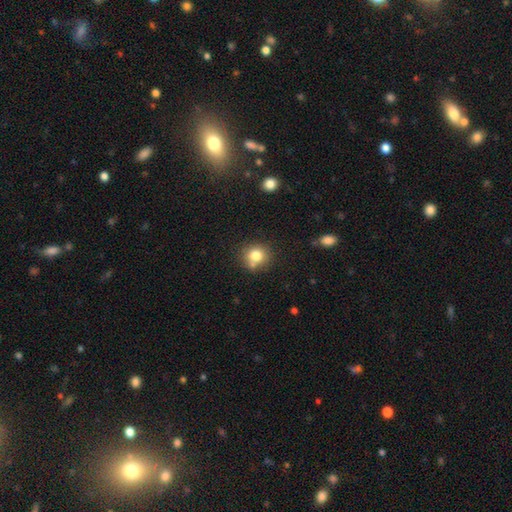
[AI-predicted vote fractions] Q: Smooth or featured?
A: smooth (79%); runner-up: star or artifact (11%)
Q: How rounded?
A: round (87%); runner-up: in between (12%)
Q: Merging?
A: none (71%); runner-up: merger (13%)